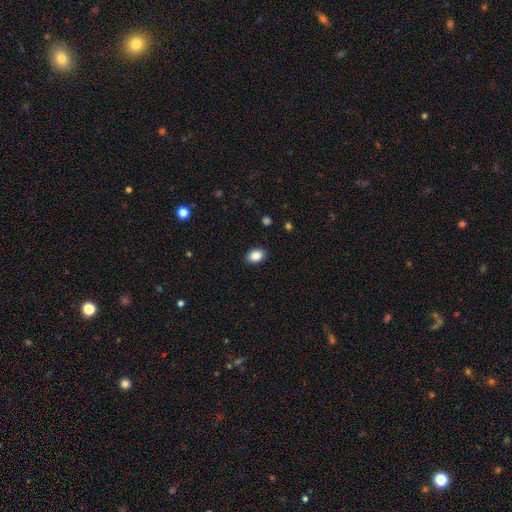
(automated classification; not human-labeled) A smooth galaxy with no disk features (87%) that is in between round and cigar-shaped (76%).

Vote fractions:
- Smooth or featured? smooth: 87% / star or artifact: 8% / featured or disk: 5%
- How rounded? in between: 76% / round: 23% / cigar-shaped: 1%
- Merging? none: 90% / minor disturbance: 7% / major disturbance: 2% / merger: 1%